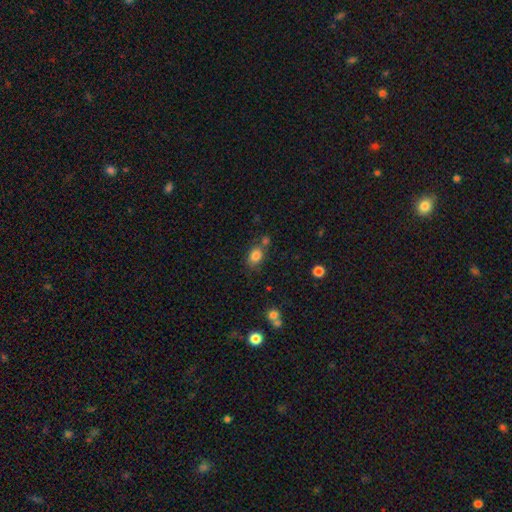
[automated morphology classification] This is clearly a smooth galaxy (82%). How rounded: likely in between (66%). Merging: likely none (62%).